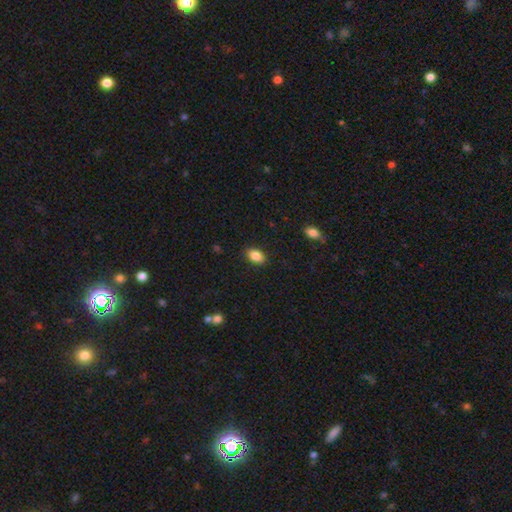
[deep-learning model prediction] Smooth or featured: smooth — 86% (star or artifact — 8%)
How rounded: in between — 87% (round — 11%)
Merging: none — 88% (minor disturbance — 9%)